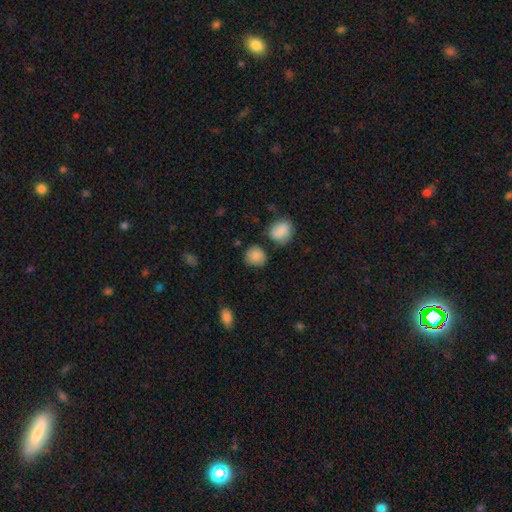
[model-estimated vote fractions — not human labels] Q: Smooth or featured?
A: smooth (85%); runner-up: star or artifact (9%)
Q: How rounded?
A: round (82%); runner-up: in between (17%)
Q: Merging?
A: none (71%); runner-up: minor disturbance (15%)